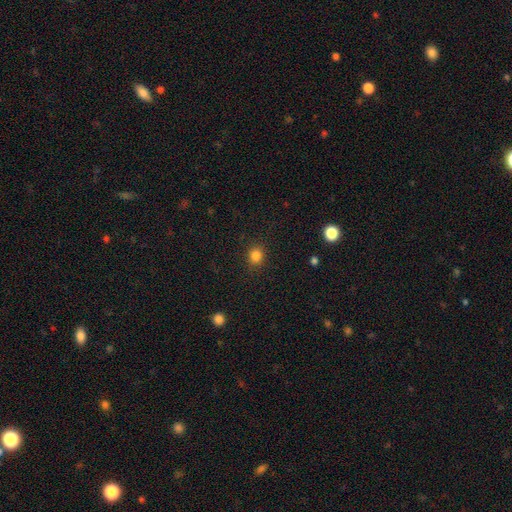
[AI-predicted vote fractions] Smooth or featured?
  - smooth: 84% *
  - star or artifact: 12%
  - featured or disk: 4%
How rounded?
  - round: 80% *
  - in between: 19%
  - cigar-shaped: 1%
Merging?
  - none: 88% *
  - minor disturbance: 8%
  - major disturbance: 3%
  - merger: 1%